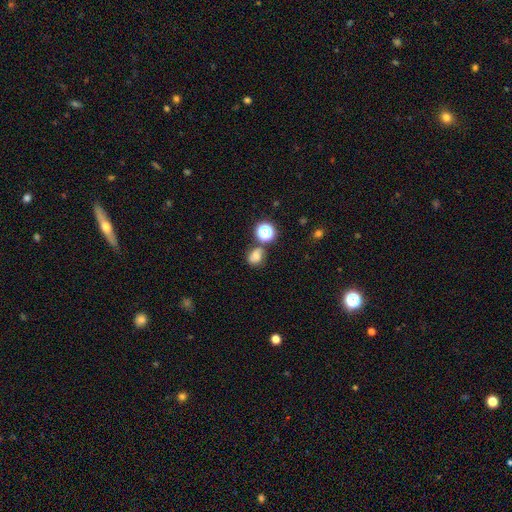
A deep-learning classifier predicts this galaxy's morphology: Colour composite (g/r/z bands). It shows a smooth galaxy with no disk features (68%) that is round (67%). Merging: none (59%).